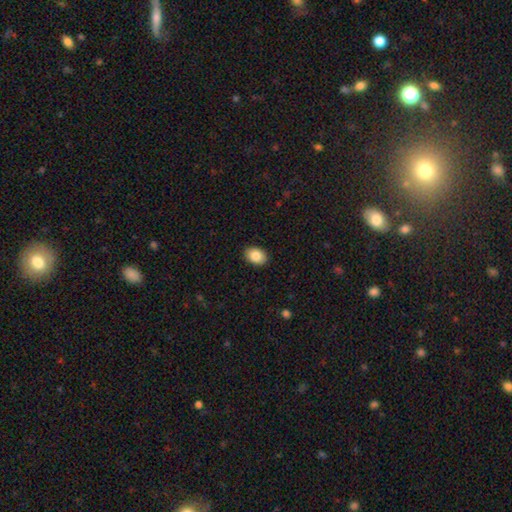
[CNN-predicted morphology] type=smooth (86%); roundness=in between (78%); merging=none (90%).